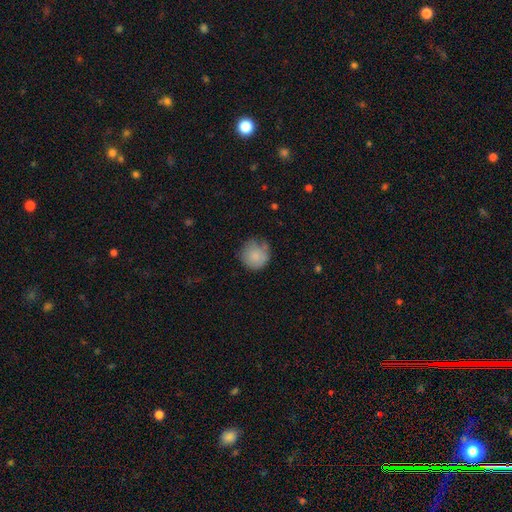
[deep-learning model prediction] Overall: smooth (83%). How rounded: round (92%). Merging: none (62%; minor disturbance 28%).